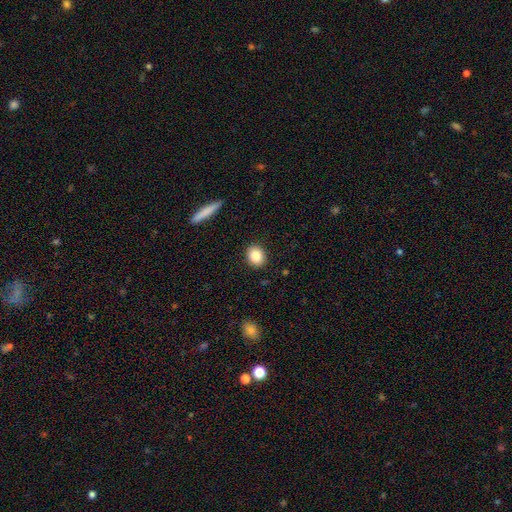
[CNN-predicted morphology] Overall: smooth (86%). How rounded: round (58%; in between 41%). Merging: none (90%).